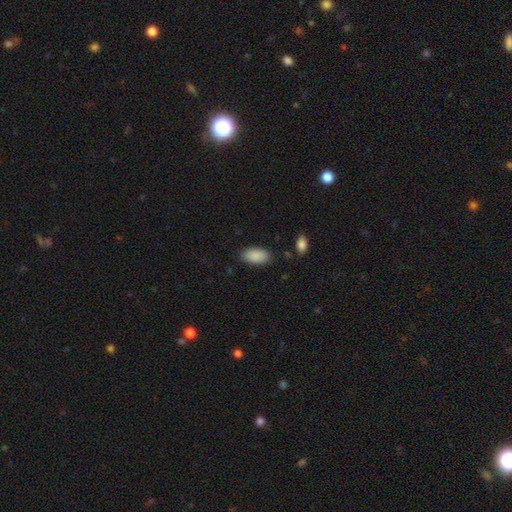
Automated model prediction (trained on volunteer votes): A smooth galaxy with no disk features (89%) that is in between round and cigar-shaped (94%).

Vote fractions:
- Smooth or featured? smooth: 89% / star or artifact: 7% / featured or disk: 4%
- How rounded? in between: 94% / cigar-shaped: 3% / round: 3%
- Merging? none: 85% / minor disturbance: 11% / major disturbance: 3% / merger: 2%